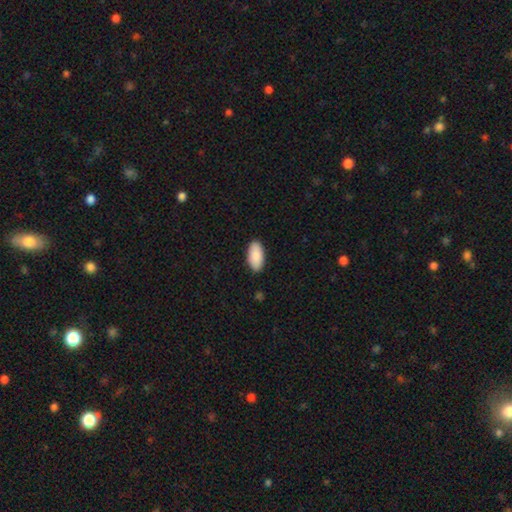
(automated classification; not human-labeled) Smooth or featured? Predicted: smooth (p=0.90). How rounded? Predicted: in between (p=0.94). Merging? Predicted: none (p=0.89).